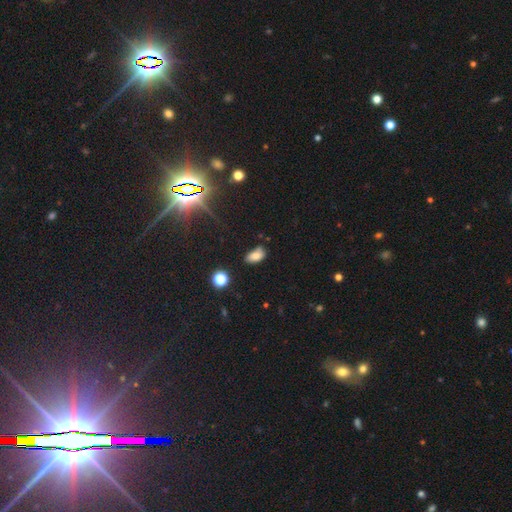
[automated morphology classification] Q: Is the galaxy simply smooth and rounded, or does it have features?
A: smooth — 75%.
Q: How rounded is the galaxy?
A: in between — 91%.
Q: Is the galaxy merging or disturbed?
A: none — 62%.